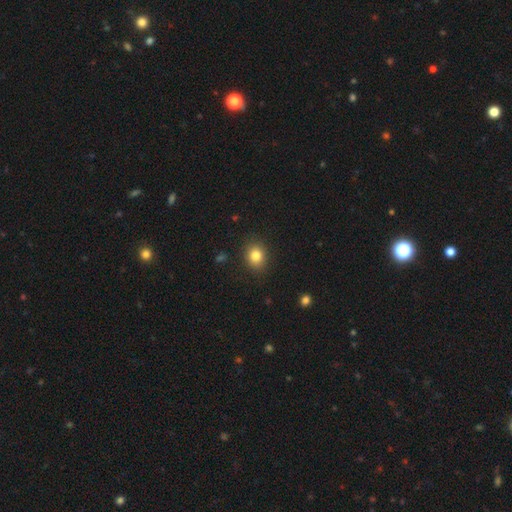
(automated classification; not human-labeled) This is clearly a smooth galaxy (83%). How rounded: likely round (61%). Merging: clearly none (87%).